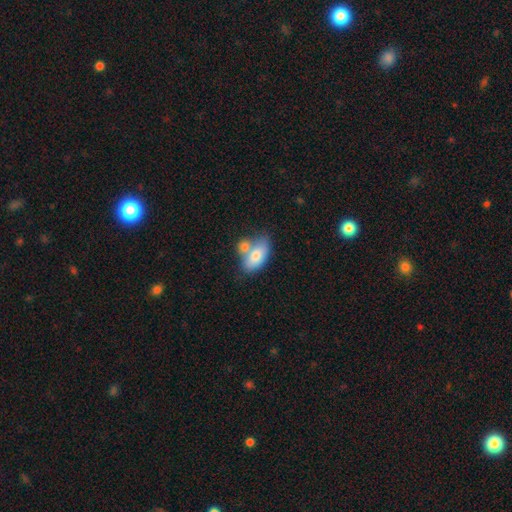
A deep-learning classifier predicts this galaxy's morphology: Smooth or featured? smooth (74%)
How rounded? in between (90%)
Merging? merger (45%)